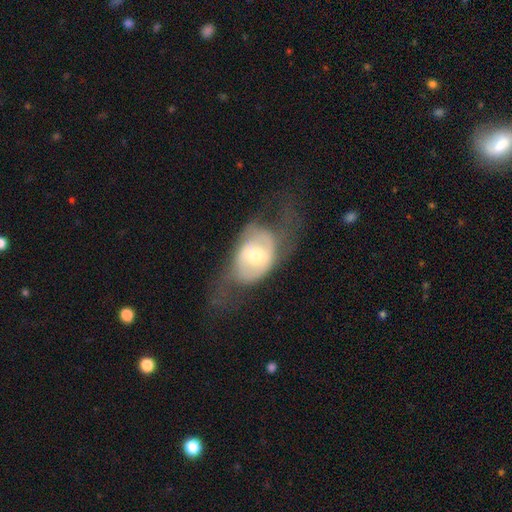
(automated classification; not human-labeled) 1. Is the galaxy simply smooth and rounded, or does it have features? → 58% featured or disk, 35% smooth, 7% star or artifact.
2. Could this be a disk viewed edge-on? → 90% no, 10% yes.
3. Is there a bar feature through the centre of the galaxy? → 64% no, 26% weak, 10% strong.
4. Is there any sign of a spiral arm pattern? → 55% no, 45% yes.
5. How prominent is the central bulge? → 57% moderate, 32% small, 8% large, 2% dominant, 1% none.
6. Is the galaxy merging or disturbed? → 41% none, 34% major disturbance, 22% minor disturbance, 2% merger.